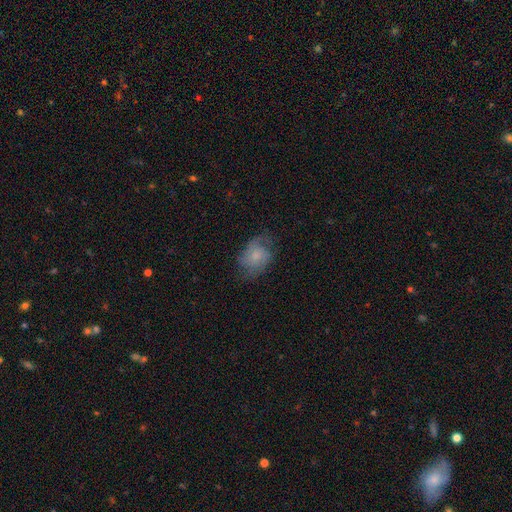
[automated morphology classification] Smooth or featured? smooth (51%)
How rounded? in between (69%)
Merging? none (58%)